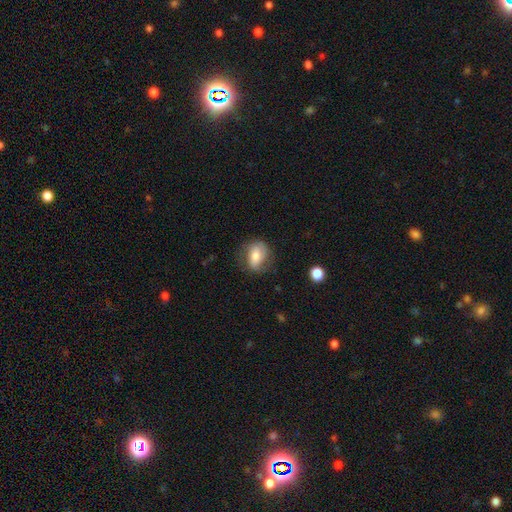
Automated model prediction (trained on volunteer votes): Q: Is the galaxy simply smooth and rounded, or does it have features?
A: smooth — 57%.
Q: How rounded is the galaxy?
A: in between — 71%.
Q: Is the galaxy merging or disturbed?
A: none — 65%.